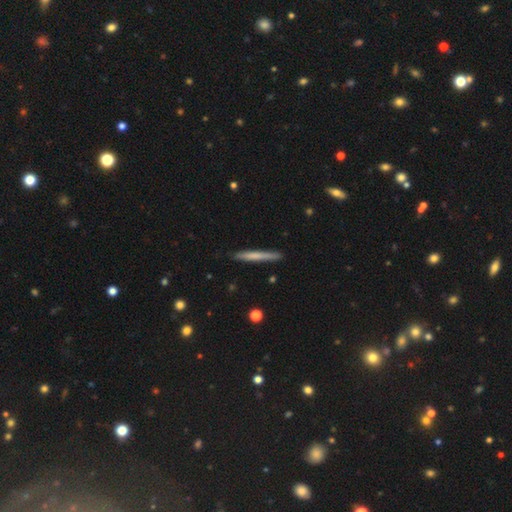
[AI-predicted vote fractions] A smooth galaxy with no disk features (65%) that is cigar-shaped (96%).

Vote fractions:
- Smooth or featured? smooth: 65% / featured or disk: 30% / star or artifact: 5%
- How rounded? cigar-shaped: 96% / in between: 2% / round: 1%
- Merging? none: 88% / minor disturbance: 9% / major disturbance: 2% / merger: 1%